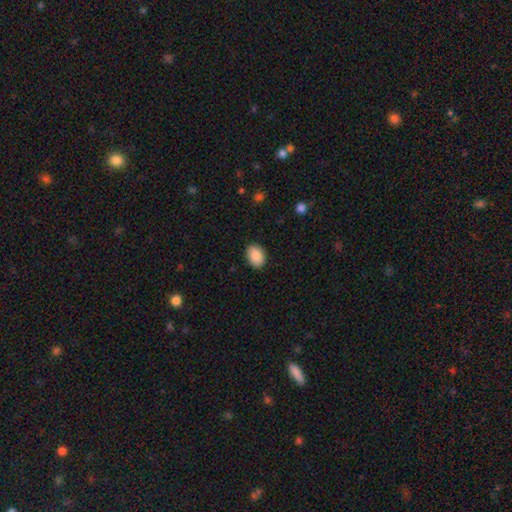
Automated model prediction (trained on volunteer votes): Overall: smooth (89%). How rounded: in between (75%). Merging: none (88%).